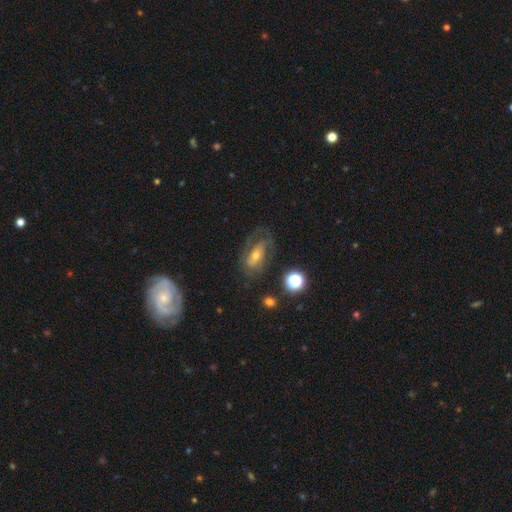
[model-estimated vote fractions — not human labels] smooth_or_featured: featured or disk (p=0.67) [alt: smooth p=0.23]
disk_edge_on: no (p=0.90) [alt: yes p=0.10]
bar: no (p=0.47) [alt: weak p=0.33]
has_spiral_arms: yes (p=0.79) [alt: no p=0.21]
bulge_size: small (p=0.49) [alt: moderate p=0.44]
merging: none (p=0.56) [alt: minor disturbance p=0.21]